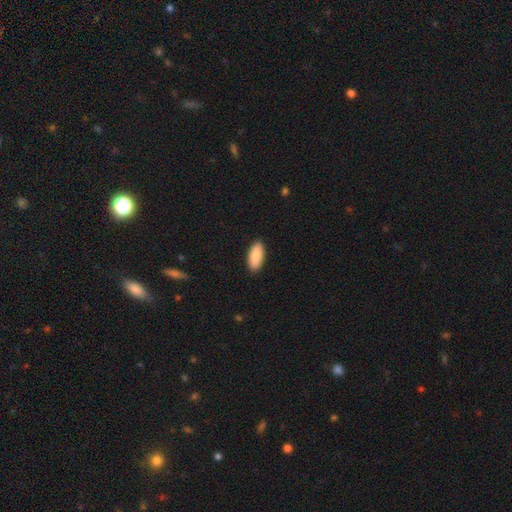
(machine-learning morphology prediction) smooth_or_featured: smooth (p=0.90) [alt: star or artifact p=0.06]
how_rounded: in between (p=0.88) [alt: cigar-shaped p=0.10]
merging: none (p=0.90) [alt: minor disturbance p=0.08]